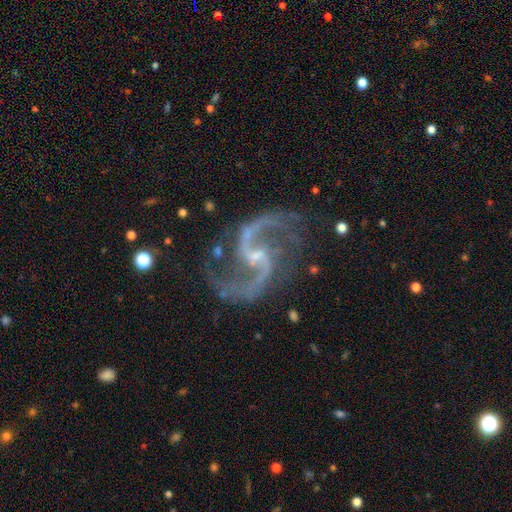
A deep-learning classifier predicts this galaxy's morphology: A featured or disk galaxy (93%) with a weak bar (49%), 2 (94%) loose (49%) spiral arms (99%) and a small central bulge (72%). Merging: none (78%).